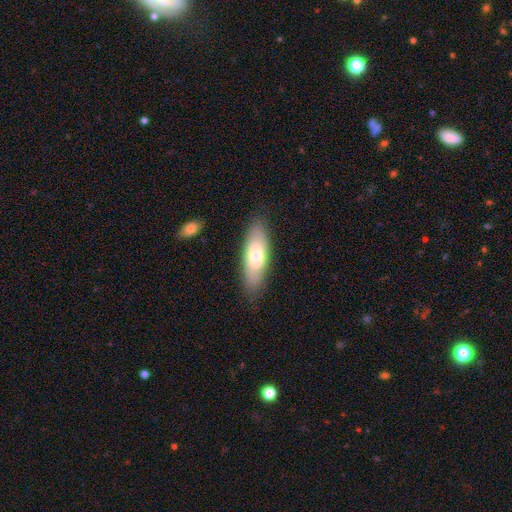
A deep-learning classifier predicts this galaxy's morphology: Smooth or featured? Predicted: smooth (p=0.66). How rounded? Predicted: in between (p=0.62). Merging? Predicted: none (p=0.83).